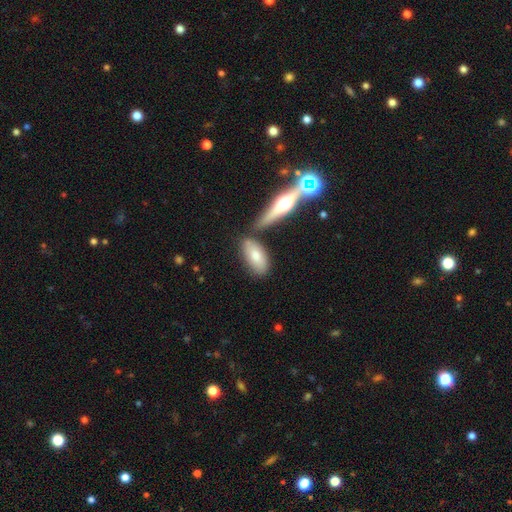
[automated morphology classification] Q: Smooth or featured?
A: smooth (73%); runner-up: featured or disk (21%)
Q: How rounded?
A: in between (83%); runner-up: cigar-shaped (14%)
Q: Merging?
A: none (64%); runner-up: merger (18%)